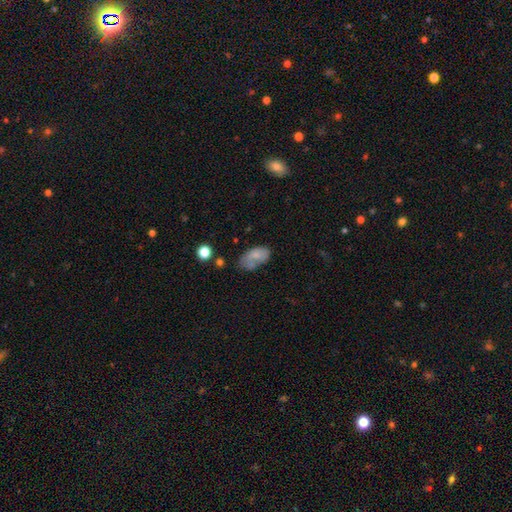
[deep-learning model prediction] Smooth or featured? smooth (69%)
How rounded? in between (93%)
Merging? none (41%)